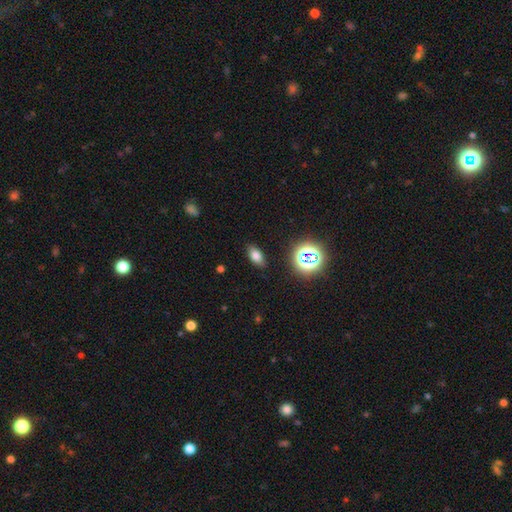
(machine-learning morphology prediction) smooth_or_featured: smooth (p=0.72) [alt: star or artifact p=0.17]
how_rounded: in between (p=0.86) [alt: round p=0.08]
merging: none (p=0.87) [alt: minor disturbance p=0.09]